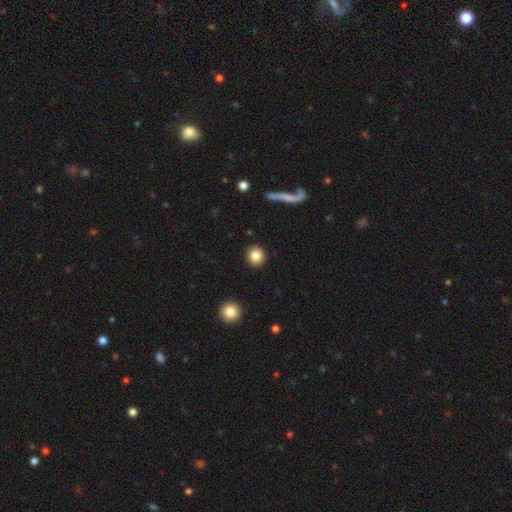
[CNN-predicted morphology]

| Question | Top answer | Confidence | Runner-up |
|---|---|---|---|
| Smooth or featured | smooth | 84% | star or artifact (9%) |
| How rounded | round | 89% | in between (10%) |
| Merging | none | 92% | minor disturbance (5%) |